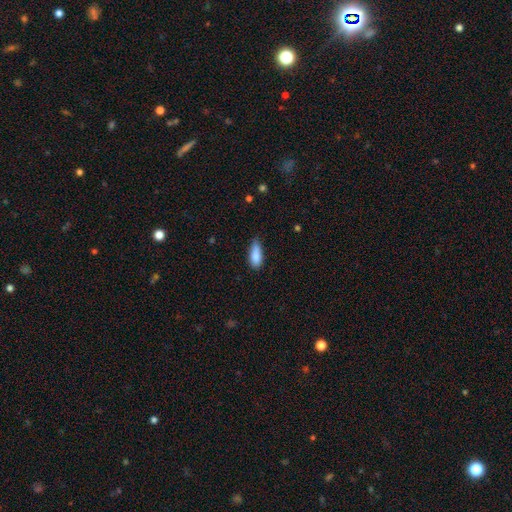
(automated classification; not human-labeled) Morphology: type=smooth (83%); roundness=in between (75%); merging=none (56%).